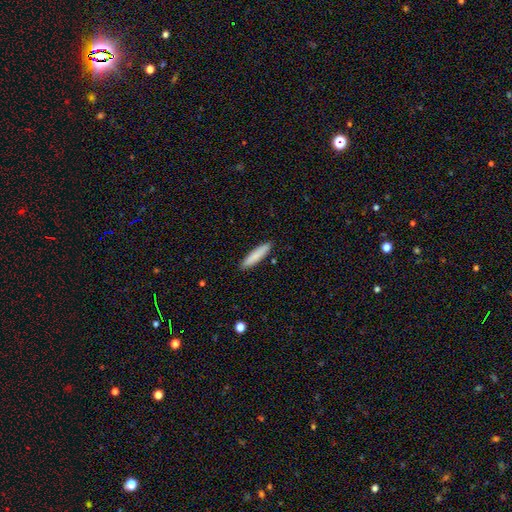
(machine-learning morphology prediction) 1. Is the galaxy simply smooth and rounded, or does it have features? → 84% smooth, 10% featured or disk, 6% star or artifact.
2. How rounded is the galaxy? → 84% cigar-shaped, 15% in between, 1% round.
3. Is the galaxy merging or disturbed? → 90% none, 7% minor disturbance, 1% major disturbance, 1% merger.